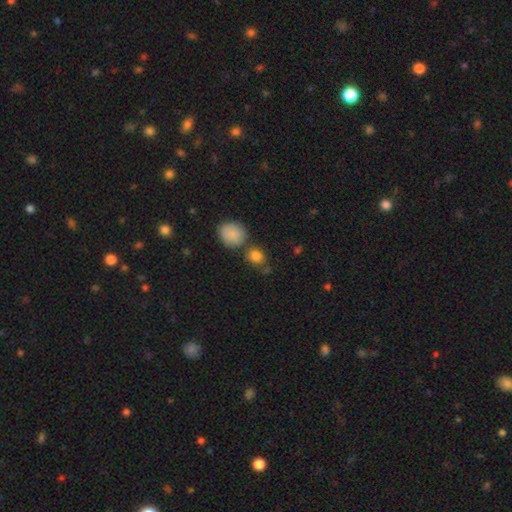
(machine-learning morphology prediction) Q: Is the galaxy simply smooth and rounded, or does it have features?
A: smooth — 85%.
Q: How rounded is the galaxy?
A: round — 72%.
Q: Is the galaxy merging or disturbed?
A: none — 67%.